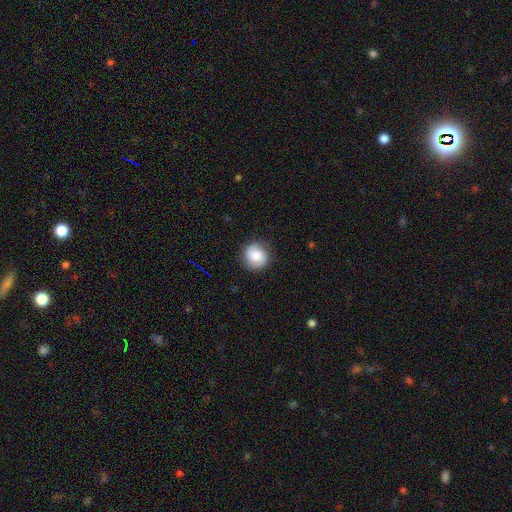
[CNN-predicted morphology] smooth-or-featured: smooth: 76% | featured or disk: 16% | star or artifact: 8%
  how-rounded: round: 87% | in between: 12% | cigar-shaped: 1%
  merging: none: 85% | minor disturbance: 11% | major disturbance: 3% | merger: 1%